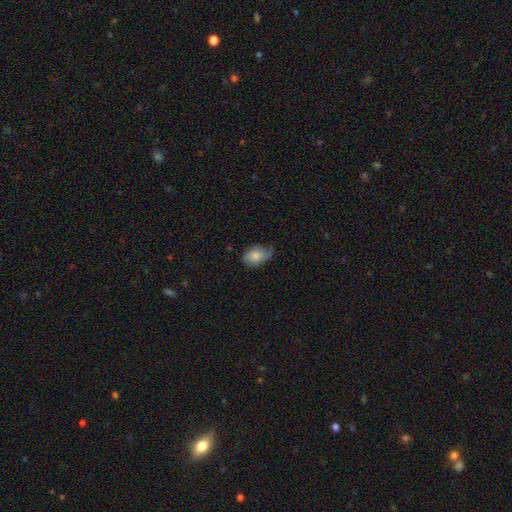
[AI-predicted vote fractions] Smooth or featured? Predicted: smooth (p=0.78). How rounded? Predicted: in between (p=0.84). Merging? Predicted: none (p=0.53).